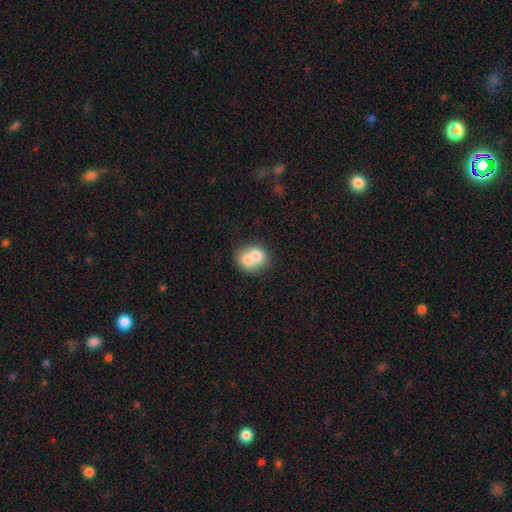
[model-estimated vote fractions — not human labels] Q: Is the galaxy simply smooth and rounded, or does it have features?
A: smooth — 69%.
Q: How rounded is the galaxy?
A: round — 66%.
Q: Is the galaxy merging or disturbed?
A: merger — 67%.